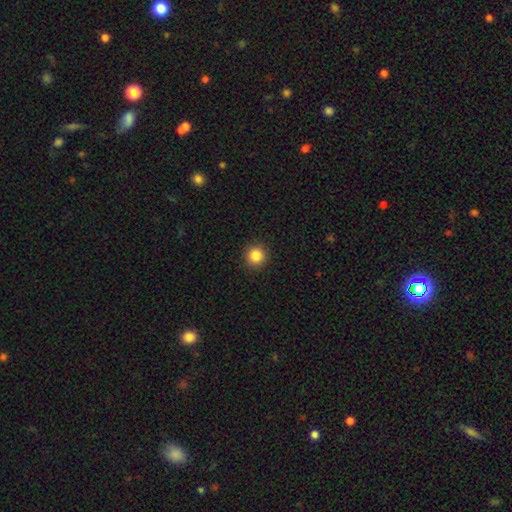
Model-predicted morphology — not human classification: The model was most divided on "smooth or featured": smooth: 86%, star or artifact: 10%, featured or disk: 4%. More confident: how rounded — round (94%); merging — none (92%).